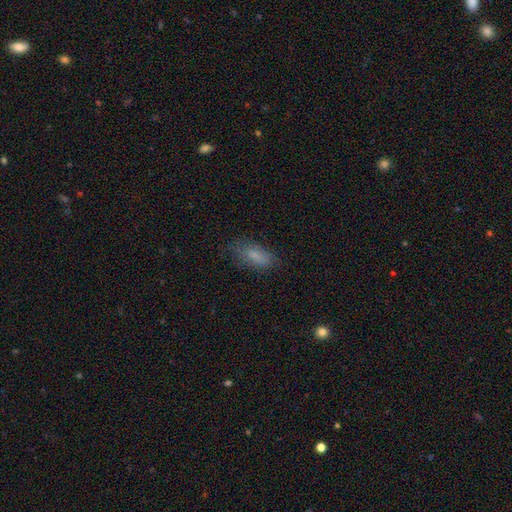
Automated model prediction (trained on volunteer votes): A smooth galaxy with no disk features (79%) that is in between round and cigar-shaped (81%). Merging: none (72%).